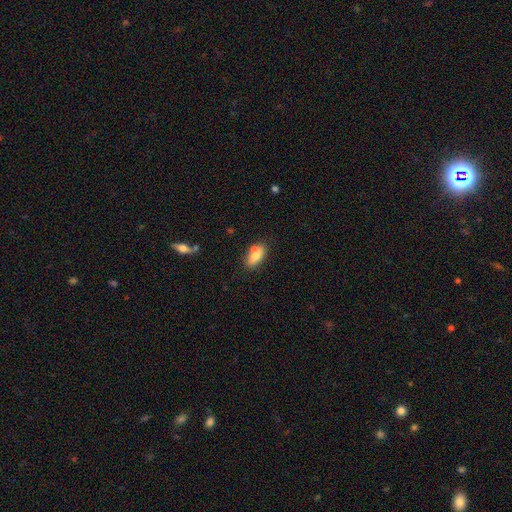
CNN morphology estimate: Smooth or featured? smooth (76%)
How rounded? in between (84%)
Merging? none (63%)